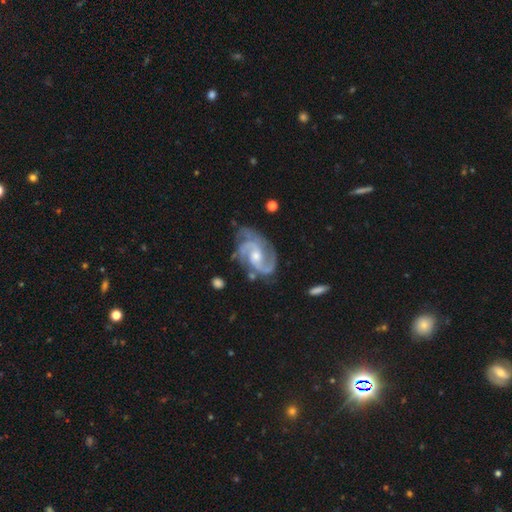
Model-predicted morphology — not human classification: Smooth or featured? Predicted: featured or disk (p=0.91). Edge-on disk? Predicted: no (p=0.98). Bar? Predicted: no (p=0.51). Spiral arms? Predicted: yes (p=0.98). Spiral winding? Predicted: medium (p=0.54). Spiral arm count? Predicted: 2 (p=0.52). Bulge size? Predicted: moderate (p=0.54). Merging? Predicted: none (p=0.64).